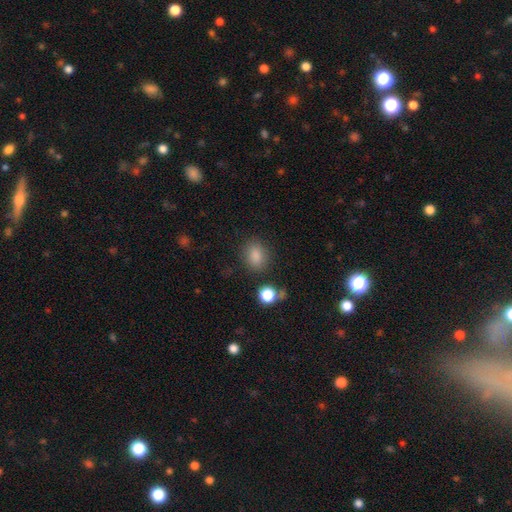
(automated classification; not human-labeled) A smooth galaxy with no disk features (85%) that is in between round and cigar-shaped (58%).

Vote fractions:
- Smooth or featured? smooth: 85% / star or artifact: 10% / featured or disk: 5%
- How rounded? in between: 58% / round: 40% / cigar-shaped: 1%
- Merging? none: 80% / minor disturbance: 12% / major disturbance: 4% / merger: 4%